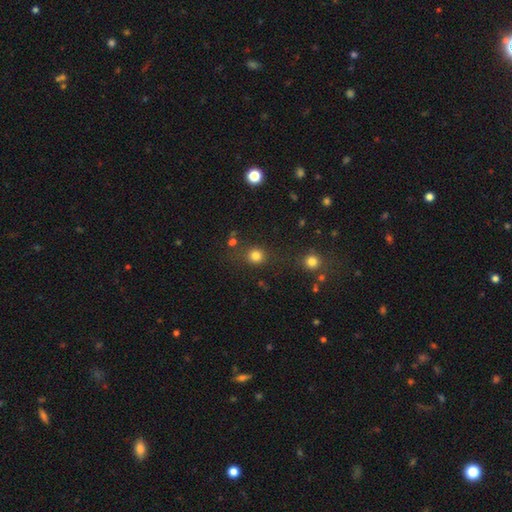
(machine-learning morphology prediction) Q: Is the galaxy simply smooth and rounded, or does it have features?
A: smooth — 80%.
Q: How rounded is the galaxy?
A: round — 88%.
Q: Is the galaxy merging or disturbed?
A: none — 80%.